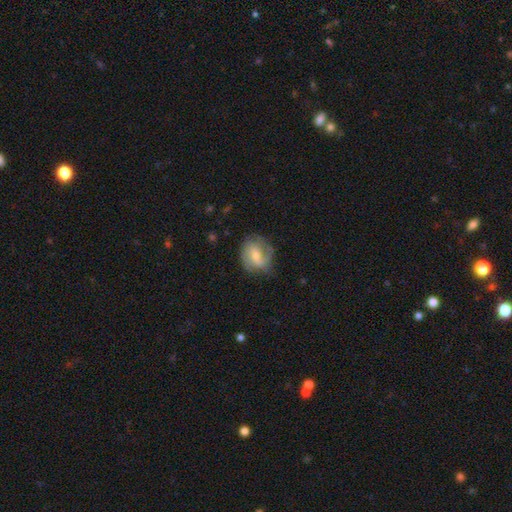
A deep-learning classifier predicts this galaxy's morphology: Smooth or featured? featured or disk (62%)
Edge-on disk? no (97%)
Bar? weak (48%)
Spiral arms? yes (87%)
Spiral winding? medium (44%)
Spiral arm count? 2 (60%)
Bulge size? small (48%)
Merging? none (64%)